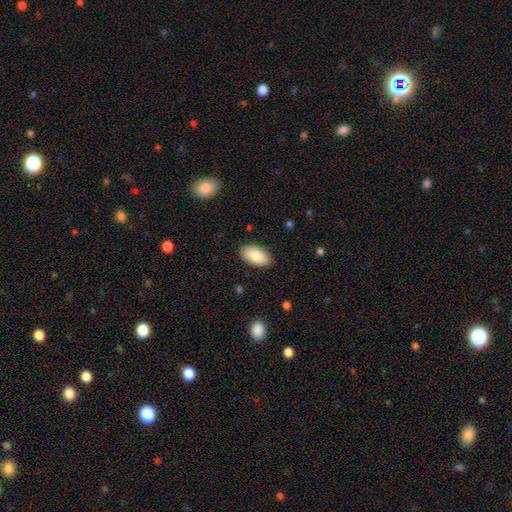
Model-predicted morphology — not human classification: This appears to be a smooth galaxy with no disk features (86%) that is in between round and cigar-shaped (95%). Merging: none (87%).